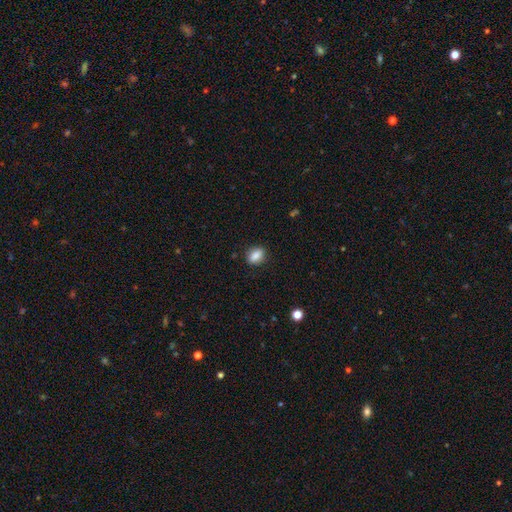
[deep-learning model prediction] This appears to be a smooth galaxy with no disk features (84%) that is in between round and cigar-shaped (73%). Merging: none (86%).